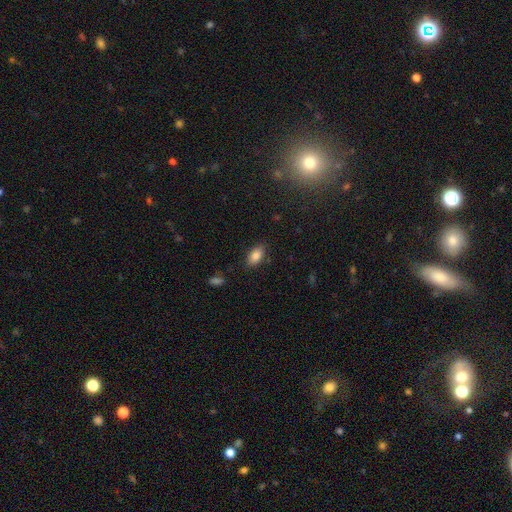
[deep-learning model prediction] The model was most divided on "merging": none: 84%, minor disturbance: 12%, major disturbance: 3%, merger: 1%. More confident: how rounded — in between (92%); smooth or featured — smooth (85%).